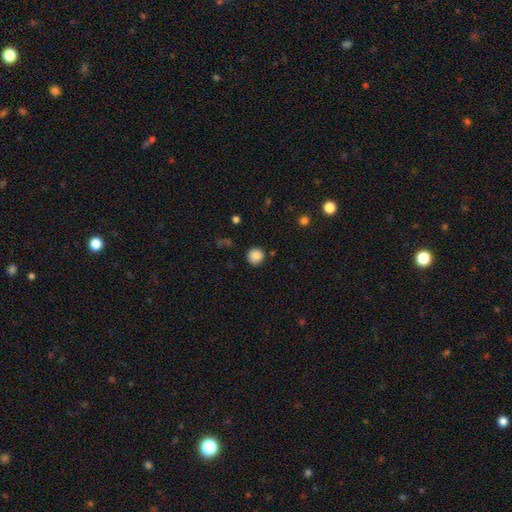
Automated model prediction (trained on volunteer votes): The model was most divided on "merging": none: 86%, minor disturbance: 10%, major disturbance: 3%, merger: 2%. More confident: how rounded — round (92%); smooth or featured — smooth (87%).